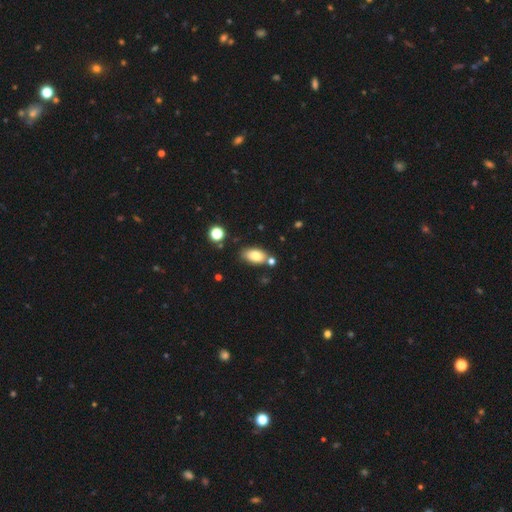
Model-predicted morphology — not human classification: A smooth galaxy with no disk features (81%) that is in between round and cigar-shaped (91%).

Vote fractions:
- Smooth or featured? smooth: 81% / featured or disk: 10% / star or artifact: 9%
- How rounded? in between: 91% / round: 6% / cigar-shaped: 3%
- Merging? none: 70% / minor disturbance: 16% / merger: 11% / major disturbance: 4%